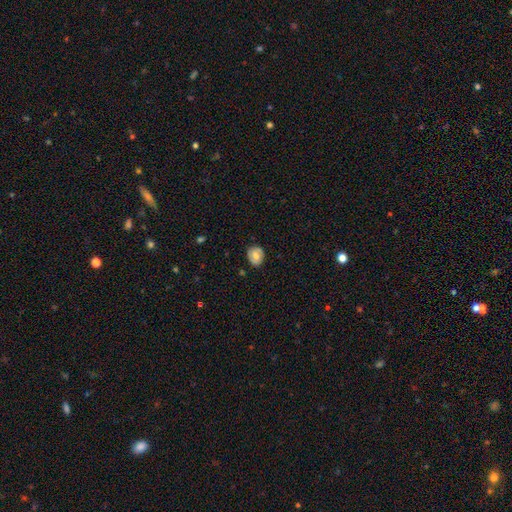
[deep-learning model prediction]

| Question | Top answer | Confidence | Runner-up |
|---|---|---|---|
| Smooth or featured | smooth | 60% | featured or disk (32%) |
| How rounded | round | 68% | in between (31%) |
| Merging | none | 81% | minor disturbance (14%) |